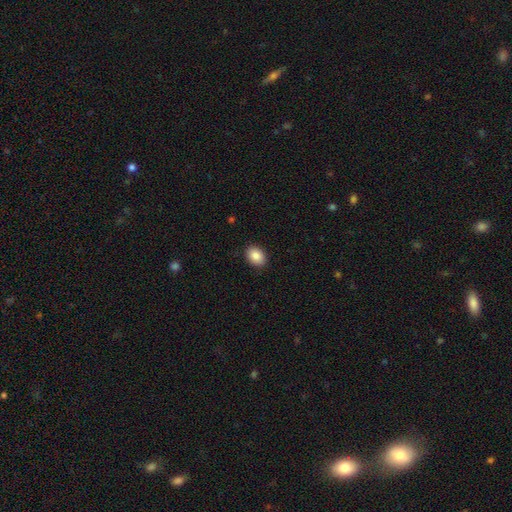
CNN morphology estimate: This appears to be a smooth galaxy with no disk features (88%) that is in between round and cigar-shaped (72%). Merging: none (90%).